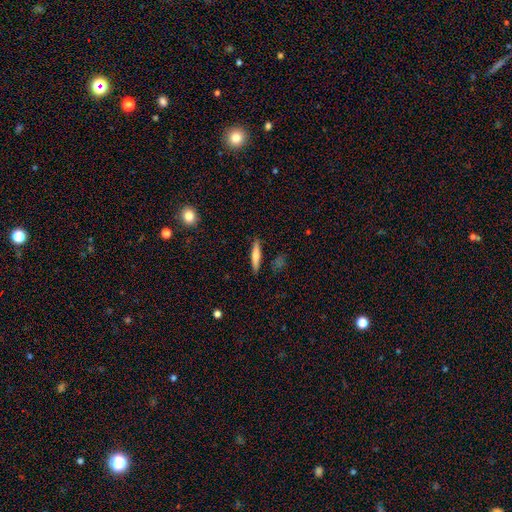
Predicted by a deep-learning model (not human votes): Smooth or featured?
  - smooth: 63% *
  - featured or disk: 30%
  - star or artifact: 6%
How rounded?
  - cigar-shaped: 87% *
  - in between: 11%
  - round: 2%
Merging?
  - none: 87% *
  - minor disturbance: 9%
  - major disturbance: 2%
  - merger: 2%